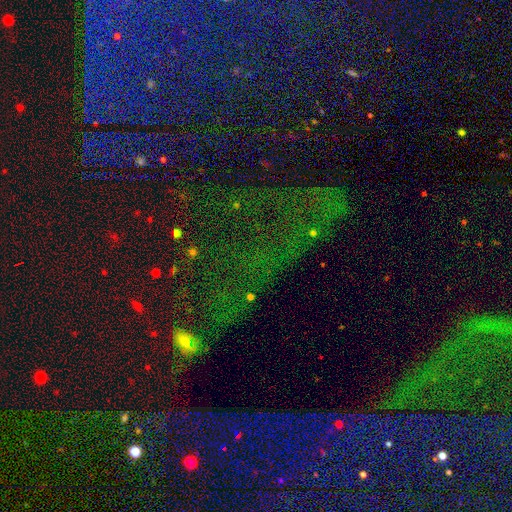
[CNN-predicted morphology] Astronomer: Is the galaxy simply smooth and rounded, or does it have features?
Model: star or artifact — 73%.